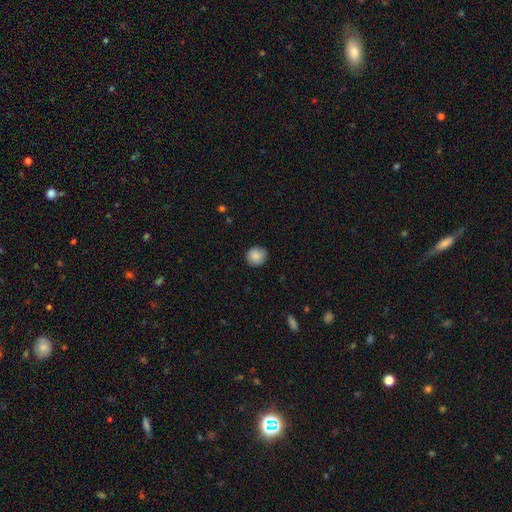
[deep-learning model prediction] smooth 87%, star or artifact 8%, featured or disk 5%. Down the decision tree: how rounded — round (90%); merging — none (86%).